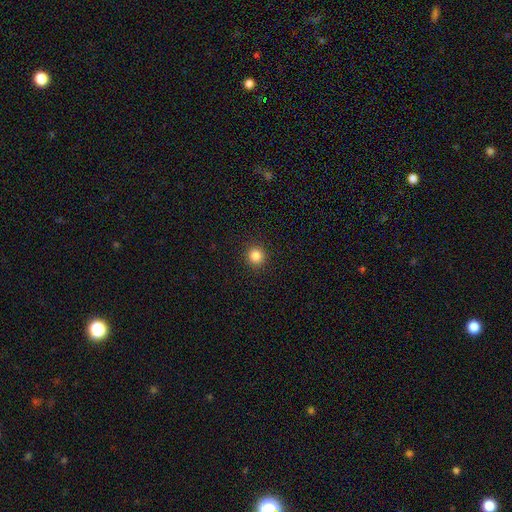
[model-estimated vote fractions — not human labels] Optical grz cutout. It shows a smooth galaxy with no disk features (85%) that is round (93%). Merging: none (92%).